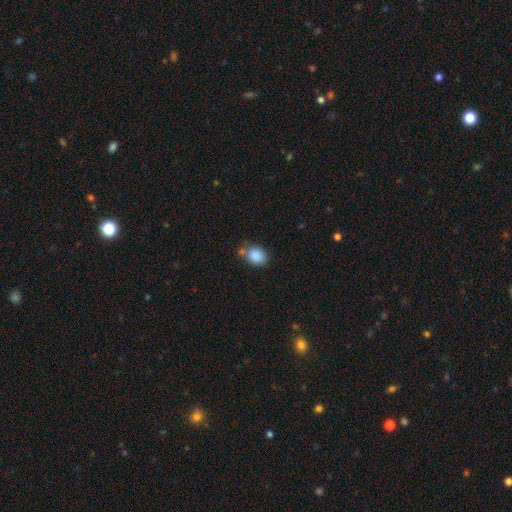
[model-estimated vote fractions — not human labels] Smooth or featured? Predicted: smooth (p=0.87). How rounded? Predicted: in between (p=0.52). Merging? Predicted: none (p=0.62).